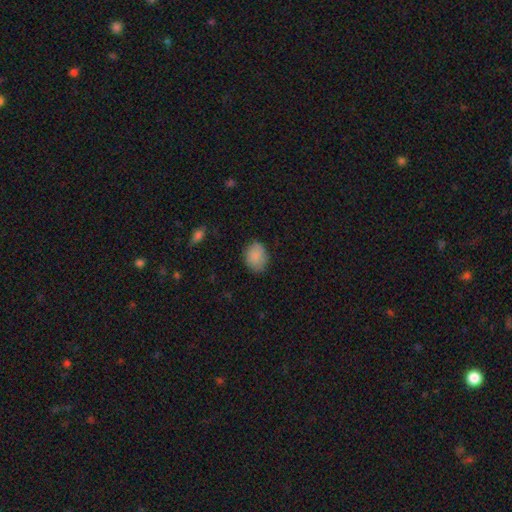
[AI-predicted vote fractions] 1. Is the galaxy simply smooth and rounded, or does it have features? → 86% smooth, 8% star or artifact, 6% featured or disk.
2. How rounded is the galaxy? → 59% in between, 40% round, 1% cigar-shaped.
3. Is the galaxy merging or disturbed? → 78% none, 18% minor disturbance, 4% major disturbance, 1% merger.